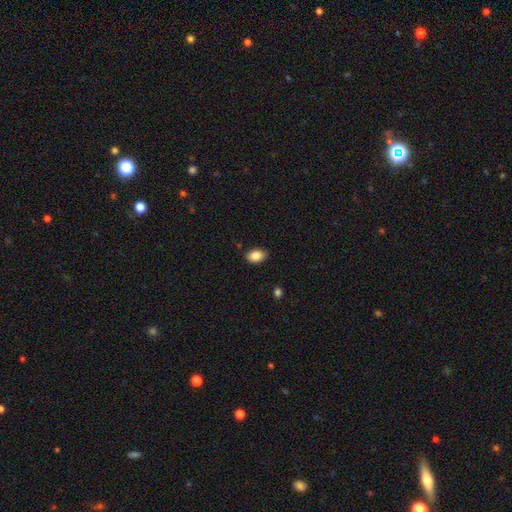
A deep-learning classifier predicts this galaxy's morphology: Q: Smooth or featured?
A: smooth (86%); runner-up: star or artifact (8%)
Q: How rounded?
A: in between (85%); runner-up: round (14%)
Q: Merging?
A: none (86%); runner-up: minor disturbance (11%)